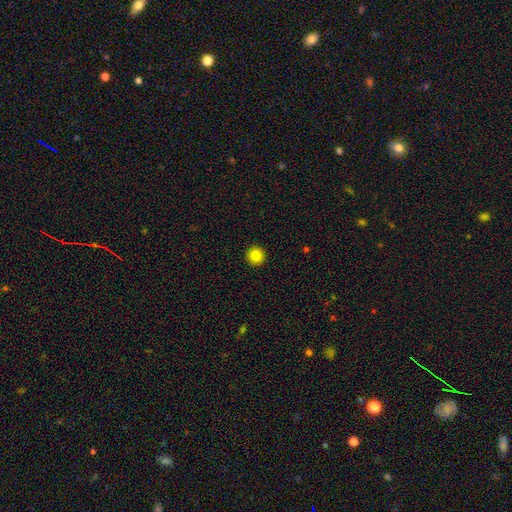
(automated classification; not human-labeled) This is clearly a smooth galaxy (84%). How rounded: clearly round (96%). Merging: clearly none (94%).